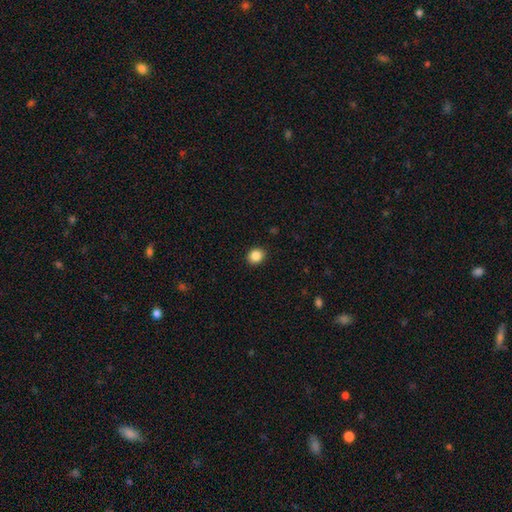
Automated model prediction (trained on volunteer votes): Smooth or featured: smooth — 86% (star or artifact — 10%)
How rounded: round — 75% (in between — 24%)
Merging: none — 91% (minor disturbance — 6%)